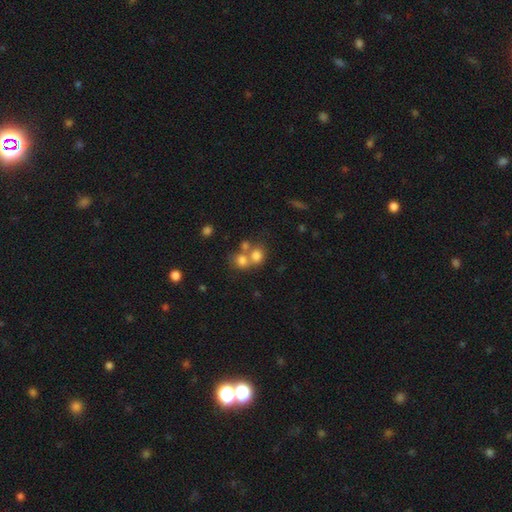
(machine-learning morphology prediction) Q: Smooth or featured?
A: smooth (73%); runner-up: star or artifact (14%)
Q: How rounded?
A: round (74%); runner-up: in between (25%)
Q: Merging?
A: merger (52%); runner-up: none (37%)